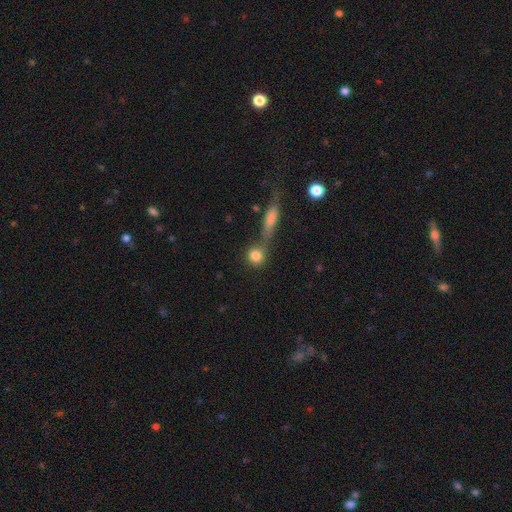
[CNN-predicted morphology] Smooth or featured?
  - smooth: 82% *
  - star or artifact: 10%
  - featured or disk: 9%
How rounded?
  - round: 84% *
  - in between: 12%
  - cigar-shaped: 4%
Merging?
  - none: 53% *
  - merger: 32%
  - minor disturbance: 10%
  - major disturbance: 5%